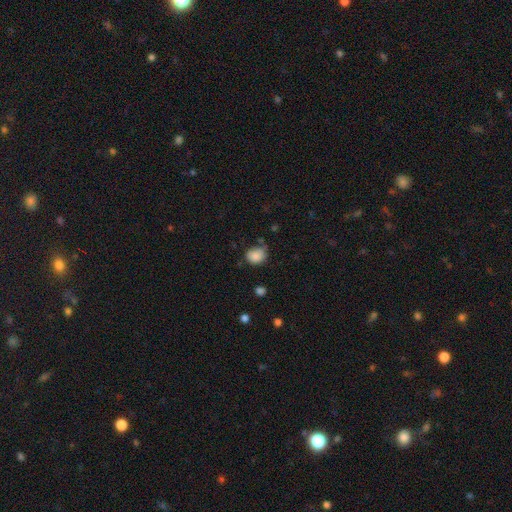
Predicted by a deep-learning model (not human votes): A smooth galaxy with no disk features (85%) that is round (60%). Merging: none (58%).